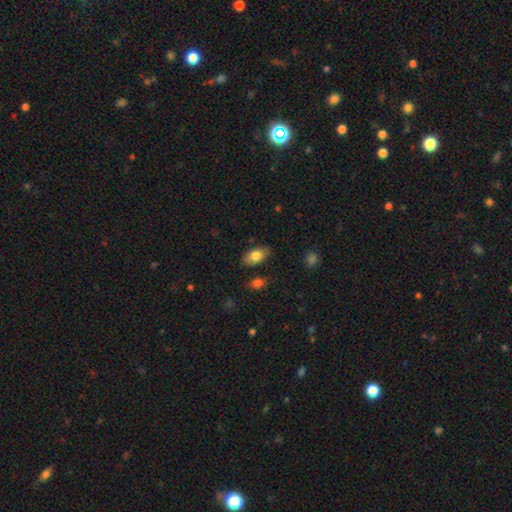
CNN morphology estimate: Smooth or featured?
  - smooth: 78% *
  - featured or disk: 16%
  - star or artifact: 7%
How rounded?
  - in between: 93% *
  - round: 5%
  - cigar-shaped: 2%
Merging?
  - none: 83% *
  - minor disturbance: 12%
  - merger: 3%
  - major disturbance: 3%